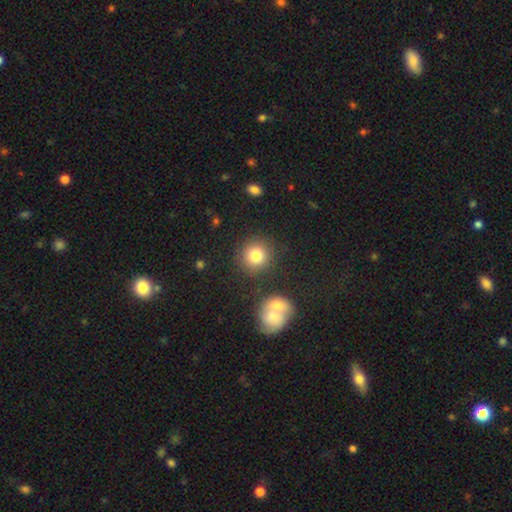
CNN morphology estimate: Smooth or featured?
  - smooth: 81% *
  - star or artifact: 11%
  - featured or disk: 8%
How rounded?
  - round: 90% *
  - in between: 9%
  - cigar-shaped: 1%
Merging?
  - none: 83% *
  - minor disturbance: 8%
  - merger: 6%
  - major disturbance: 3%